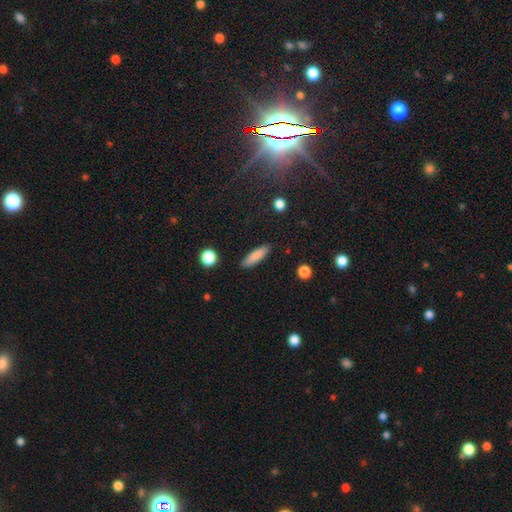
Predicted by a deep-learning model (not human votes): Smooth or featured? smooth (83%)
How rounded? cigar-shaped (71%)
Merging? none (88%)